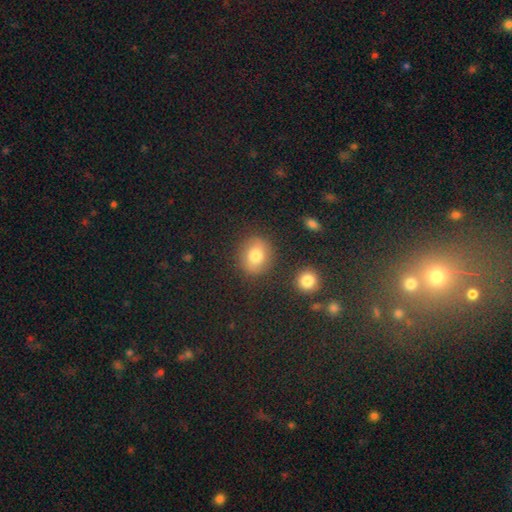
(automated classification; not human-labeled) Morphology: type=smooth (76%); roundness=round (76%); merging=none (84%).